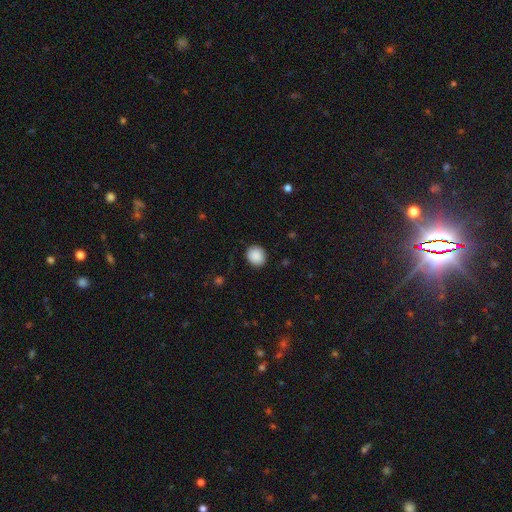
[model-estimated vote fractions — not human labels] smooth 90%, star or artifact 8%, featured or disk 3%. Down the decision tree: how rounded — round (78%); merging — none (88%).